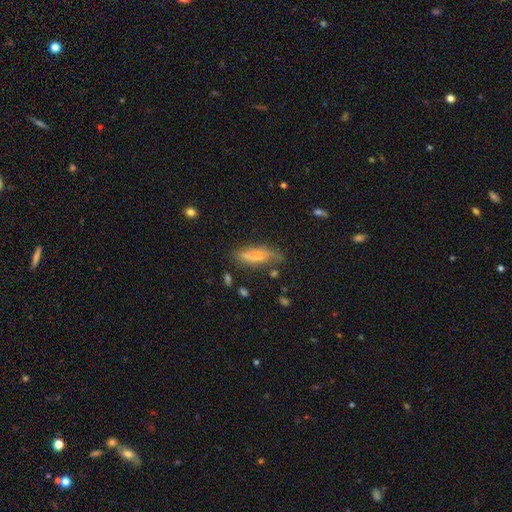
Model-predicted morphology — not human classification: This appears to be a smooth galaxy with no disk features (67%) that is in between round and cigar-shaped (58%). Merging: none (56%).